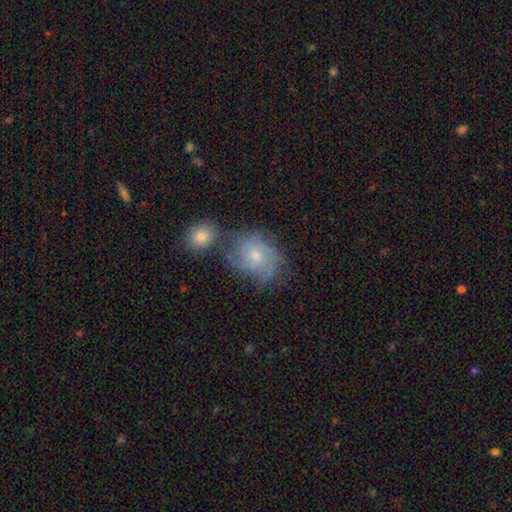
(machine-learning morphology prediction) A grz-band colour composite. It shows a featured or disk galaxy (57%) with no bar (79%), spiral arms (82%) and a small central bulge (56%). Merging: none (50%).